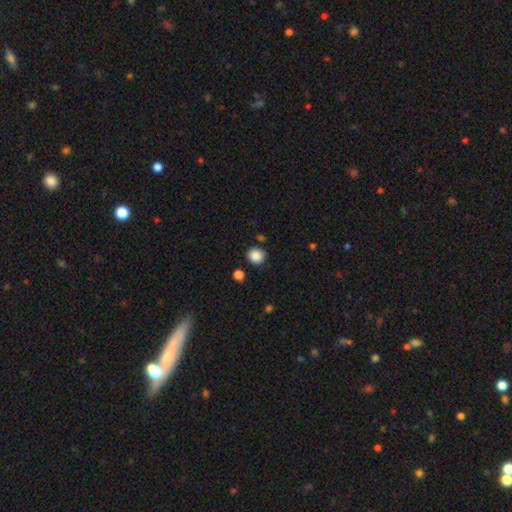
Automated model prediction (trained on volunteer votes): Morphology: type=smooth (87%); roundness=round (88%); merging=none (85%).